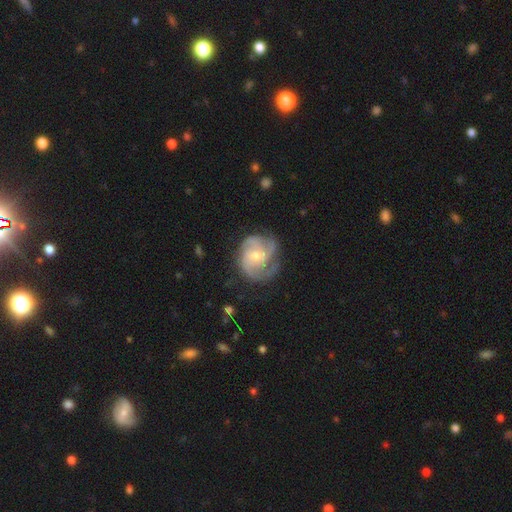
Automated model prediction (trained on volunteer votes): Smooth or featured? featured or disk (83%)
Edge-on disk? no (98%)
Bar? no (66%)
Spiral arms? yes (95%)
Spiral winding? tight (45%)
Spiral arm count? 3 (46%)
Bulge size? moderate (49%)
Merging? none (64%)